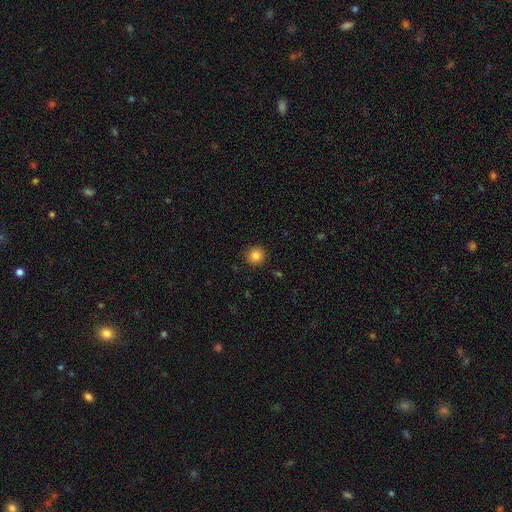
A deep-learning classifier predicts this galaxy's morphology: Smooth or featured: smooth — 83% (star or artifact — 11%)
How rounded: round — 93% (in between — 6%)
Merging: none — 91% (minor disturbance — 6%)